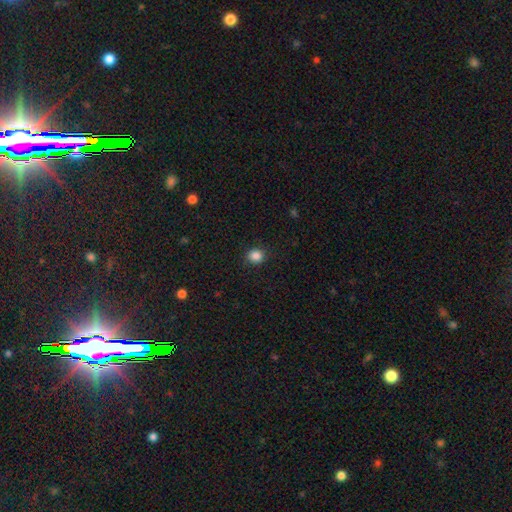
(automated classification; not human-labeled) Morphology: type=smooth (86%); roundness=round (87%); merging=none (89%).